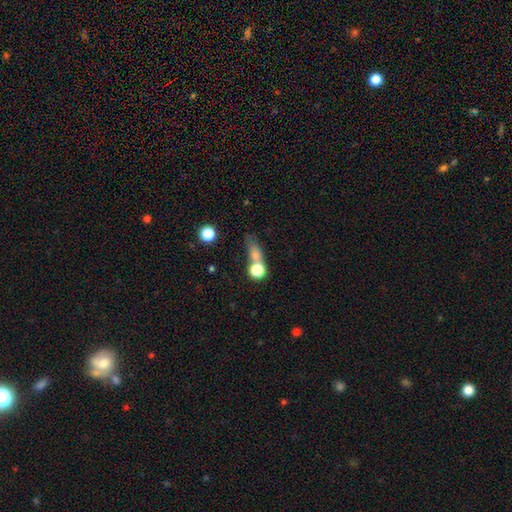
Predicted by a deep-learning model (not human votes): The model was most divided on "merging": merger: 41%, none: 35%, minor disturbance: 13%, major disturbance: 11%. More confident: smooth or featured — smooth (71%); how rounded — round (51%).